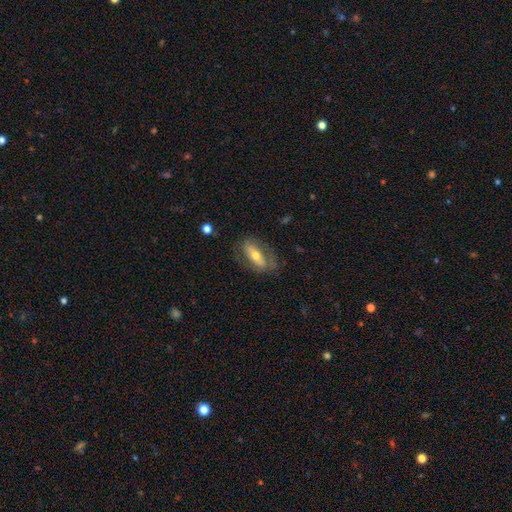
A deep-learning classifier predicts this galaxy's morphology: smooth_or_featured: featured or disk (p=0.54) [alt: smooth p=0.39]
disk_edge_on: no (p=0.72) [alt: yes p=0.28]
merging: none (p=0.67) [alt: minor disturbance p=0.20]